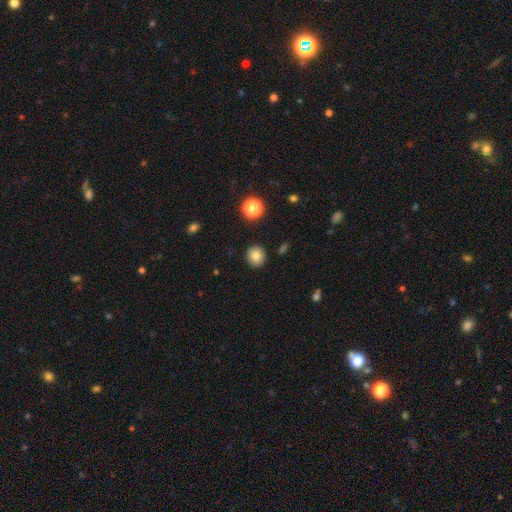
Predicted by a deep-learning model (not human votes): A smooth galaxy with no disk features (82%) that is round (90%). Merging: none (91%).